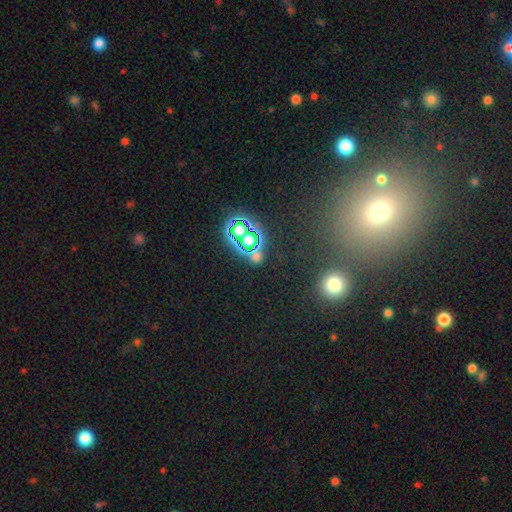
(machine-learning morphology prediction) A star or artifact, not a galaxy (60%).

Vote fractions:
- Smooth or featured? star or artifact: 60% / smooth: 30% / featured or disk: 10%